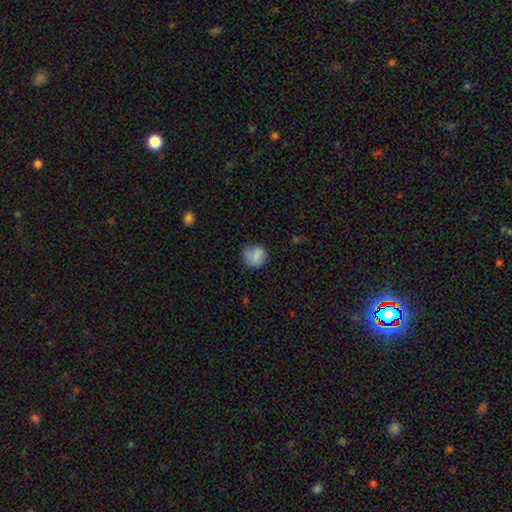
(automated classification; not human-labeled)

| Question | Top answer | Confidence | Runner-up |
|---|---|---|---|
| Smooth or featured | smooth | 79% | featured or disk (12%) |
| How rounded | round | 79% | in between (20%) |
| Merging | none | 59% | minor disturbance (28%) |